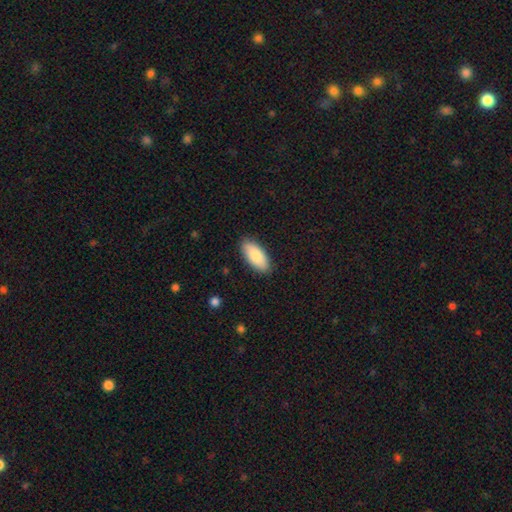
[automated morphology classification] A smooth galaxy with no disk features (84%) that is in between round and cigar-shaped (89%). Merging: none (87%).